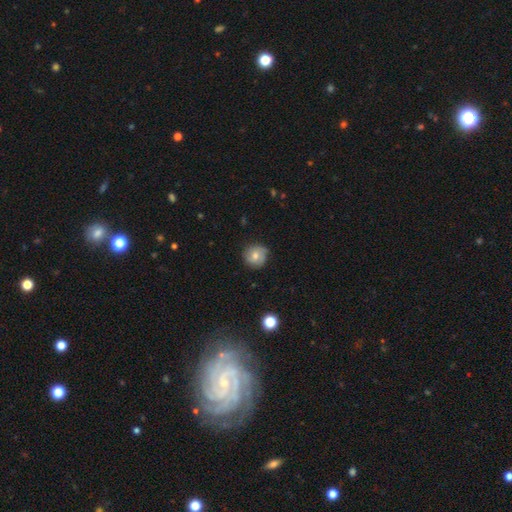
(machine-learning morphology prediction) Overall: smooth (63%; featured or disk 28%). How rounded: round (90%). Merging: none (76%).